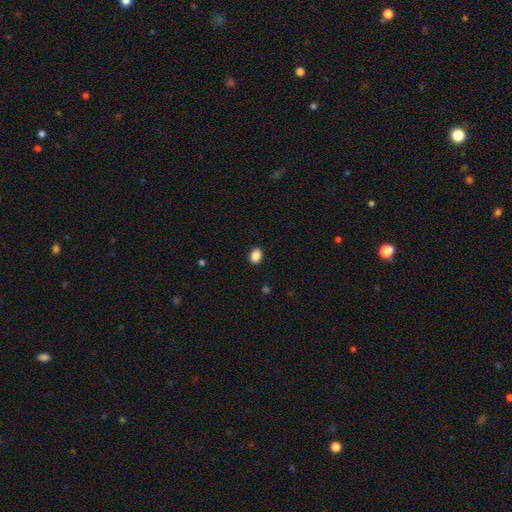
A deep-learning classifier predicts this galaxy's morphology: A smooth galaxy with no disk features (88%) that is in between round and cigar-shaped (61%). Merging: none (91%).